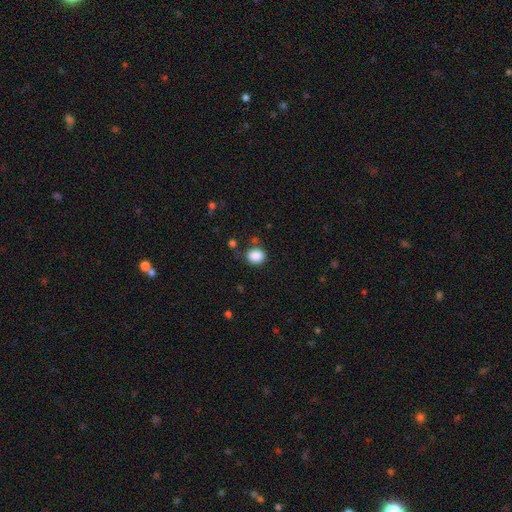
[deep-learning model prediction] Morphology: type=smooth (87%); roundness=round (61%); merging=none (74%).